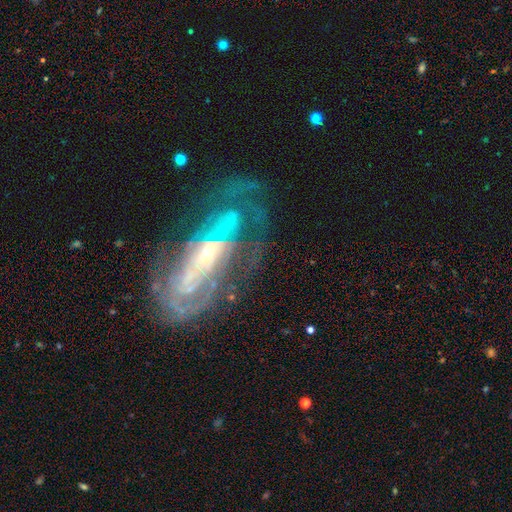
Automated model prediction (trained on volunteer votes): Smooth or featured?
  - featured or disk: 81% *
  - smooth: 11%
  - star or artifact: 8%
Edge-on disk?
  - no: 85% *
  - yes: 15%
Bar?
  - no: 43% *
  - strong: 30%
  - weak: 28%
Spiral arms?
  - yes: 76% *
  - no: 24%
Spiral winding?
  - tight: 59% *
  - medium: 29%
  - loose: 12%
Spiral arm count?
  - can't tell: 47% *
  - 2: 27%
  - 3: 9%
  - 1: 7%
  - 4: 5%
  - more than 4: 5%
Bulge size?
  - small: 58% *
  - moderate: 34%
  - large: 4%
  - none: 2%
  - dominant: 1%
Merging?
  - none: 61% *
  - minor disturbance: 19%
  - major disturbance: 18%
  - merger: 3%